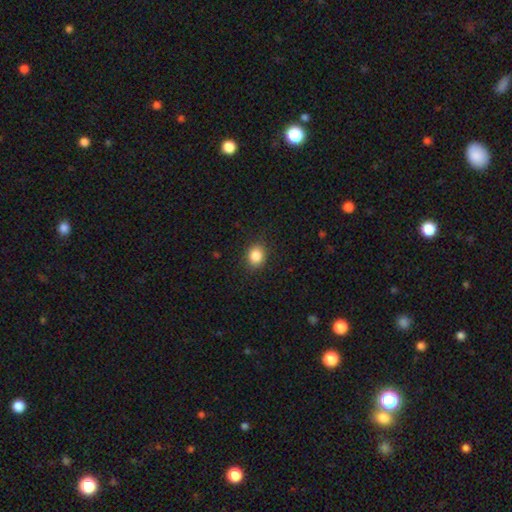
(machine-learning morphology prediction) The model was most divided on "how rounded": round: 63%, in between: 36%, cigar-shaped: 1%. More confident: merging — none (87%); smooth or featured — smooth (86%).